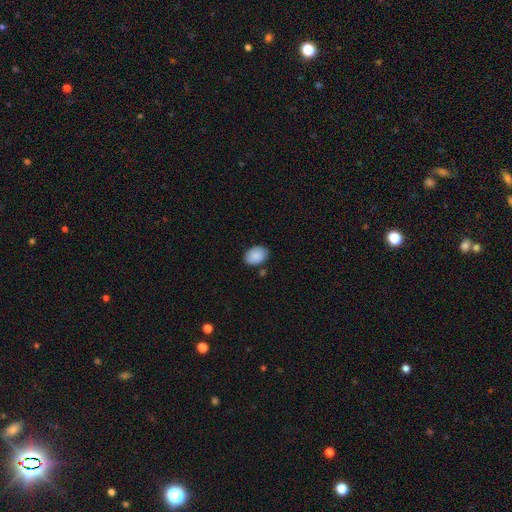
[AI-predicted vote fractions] A smooth galaxy with no disk features (89%) that is in between round and cigar-shaped (81%).

Vote fractions:
- Smooth or featured? smooth: 89% / star or artifact: 7% / featured or disk: 4%
- How rounded? in between: 81% / round: 18% / cigar-shaped: 1%
- Merging? none: 81% / minor disturbance: 13% / merger: 3% / major disturbance: 3%